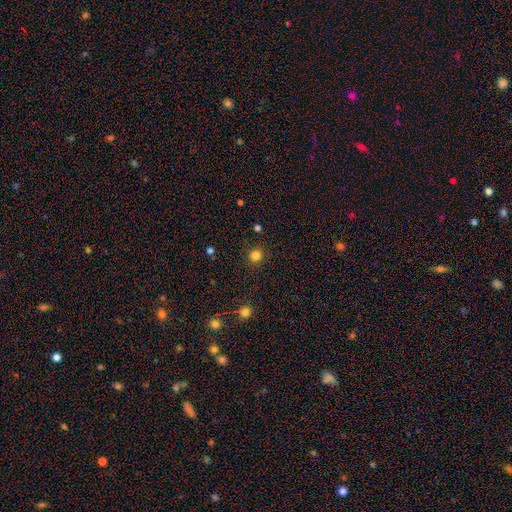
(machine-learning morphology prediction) The model was most divided on "smooth or featured": smooth: 82%, star or artifact: 13%, featured or disk: 4%. More confident: how rounded — round (94%); merging — none (90%).